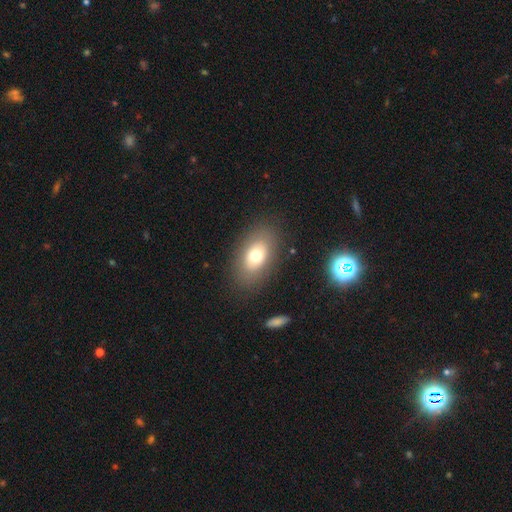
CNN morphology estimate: type=smooth (68%); roundness=in between (85%); merging=none (83%).